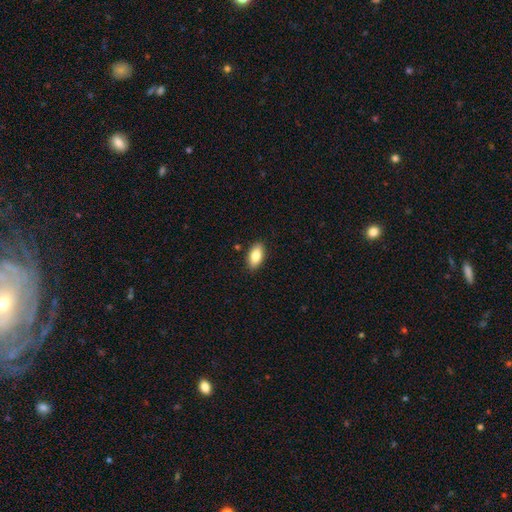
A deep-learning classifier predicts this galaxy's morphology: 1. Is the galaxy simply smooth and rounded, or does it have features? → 84% smooth, 9% featured or disk, 7% star or artifact.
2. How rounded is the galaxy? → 91% in between, 6% cigar-shaped, 3% round.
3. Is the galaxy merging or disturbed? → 88% none, 9% minor disturbance, 2% major disturbance, 1% merger.